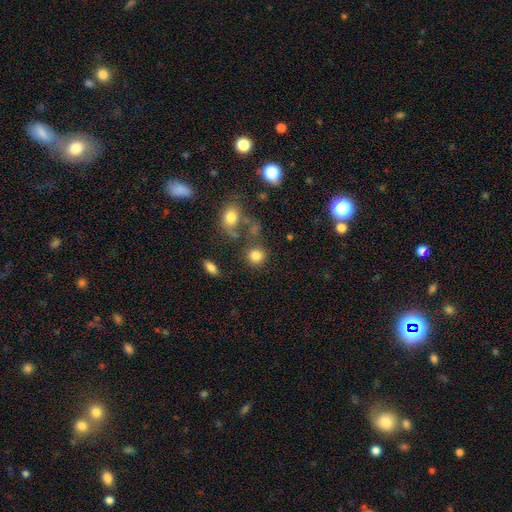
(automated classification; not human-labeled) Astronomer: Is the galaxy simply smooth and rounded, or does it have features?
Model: smooth — 82%.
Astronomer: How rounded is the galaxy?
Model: round — 85%.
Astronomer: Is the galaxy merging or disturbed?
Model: none — 67%.